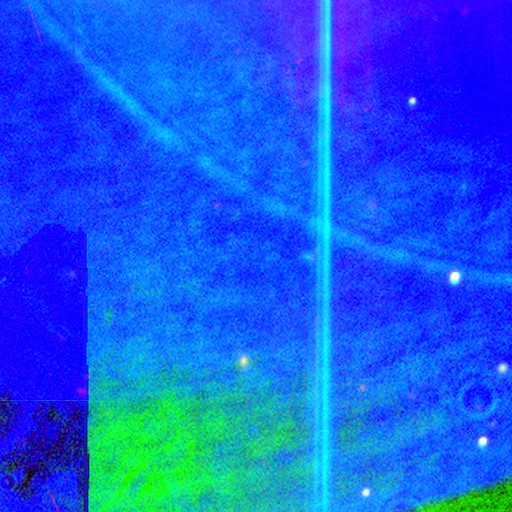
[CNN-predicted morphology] smooth-or-featured: star or artifact: 88% | featured or disk: 7% | smooth: 5%